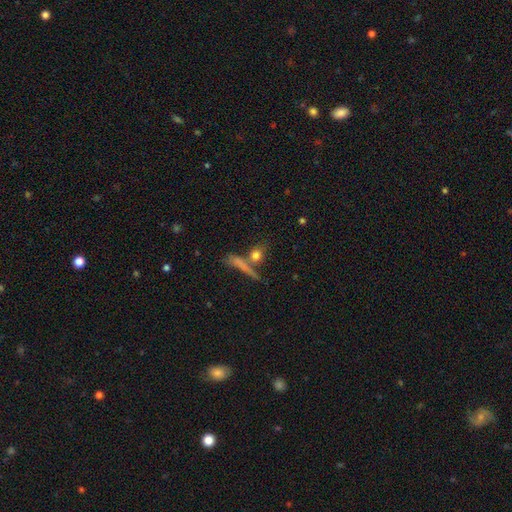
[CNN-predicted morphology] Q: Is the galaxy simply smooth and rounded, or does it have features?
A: smooth — 72%.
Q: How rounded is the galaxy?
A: round — 51%.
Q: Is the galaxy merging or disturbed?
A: none — 56%.